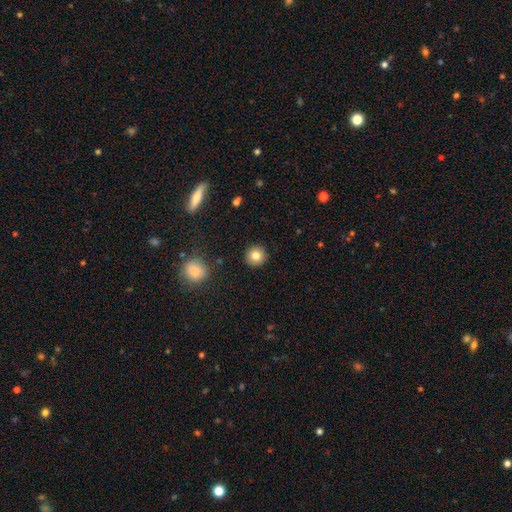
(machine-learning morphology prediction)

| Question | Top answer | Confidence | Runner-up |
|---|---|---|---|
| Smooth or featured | smooth | 82% | star or artifact (10%) |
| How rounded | round | 94% | in between (5%) |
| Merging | none | 91% | minor disturbance (5%) |